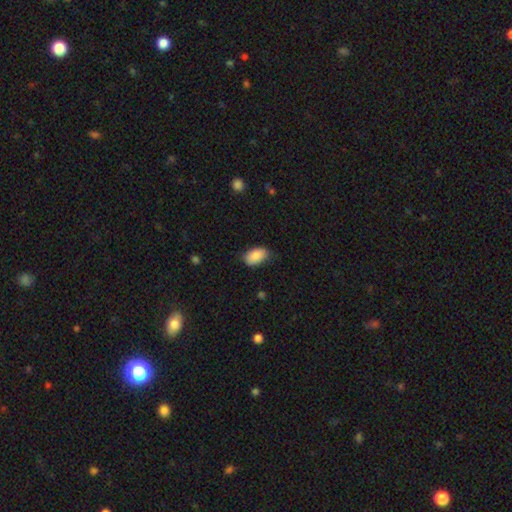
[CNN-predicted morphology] A smooth galaxy with no disk features (87%) that is in between round and cigar-shaped (93%).

Vote fractions:
- Smooth or featured? smooth: 87% / star or artifact: 7% / featured or disk: 7%
- How rounded? in between: 93% / round: 6% / cigar-shaped: 2%
- Merging? none: 77% / minor disturbance: 19% / major disturbance: 3% / merger: 1%